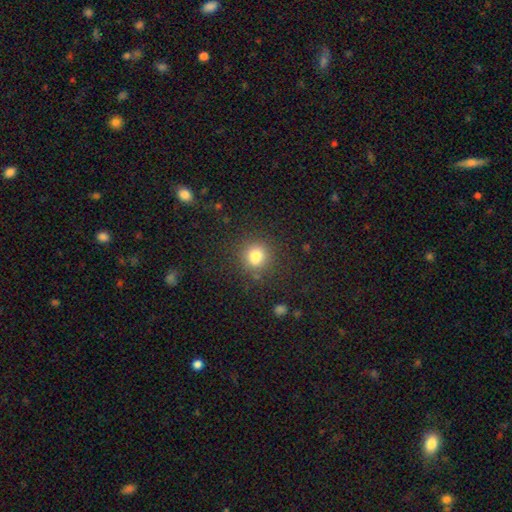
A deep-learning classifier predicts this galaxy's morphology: This is likely a smooth galaxy (79%). How rounded: clearly round (87%). Merging: clearly none (83%).